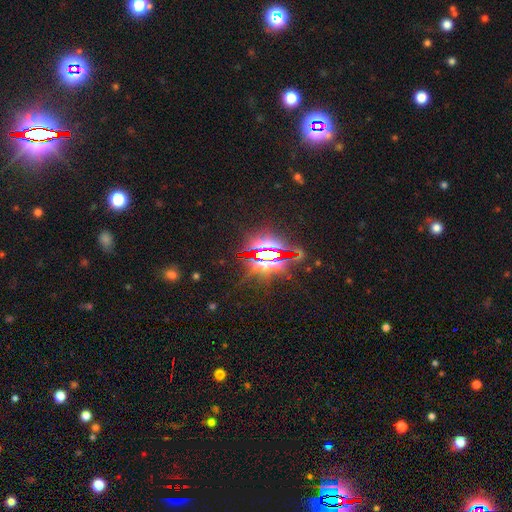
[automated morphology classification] star or artifact 83%, featured or disk 9%, smooth 8%.